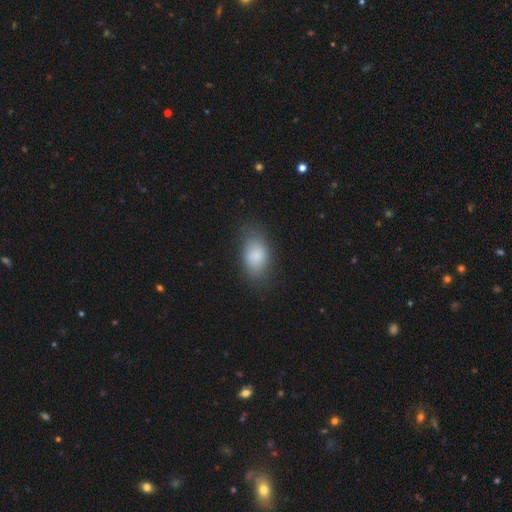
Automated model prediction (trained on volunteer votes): A smooth galaxy with no disk features (83%) that is in between round and cigar-shaped (88%).

Vote fractions:
- Smooth or featured? smooth: 83% / featured or disk: 9% / star or artifact: 8%
- How rounded? in between: 88% / round: 10% / cigar-shaped: 2%
- Merging? none: 75% / minor disturbance: 18% / major disturbance: 6% / merger: 1%